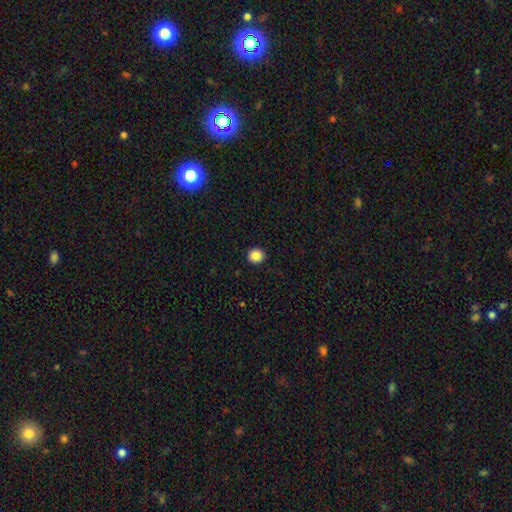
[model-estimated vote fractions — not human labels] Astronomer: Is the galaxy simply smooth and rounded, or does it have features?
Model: smooth — 87%.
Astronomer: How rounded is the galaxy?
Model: round — 90%.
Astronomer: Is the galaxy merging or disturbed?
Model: none — 92%.